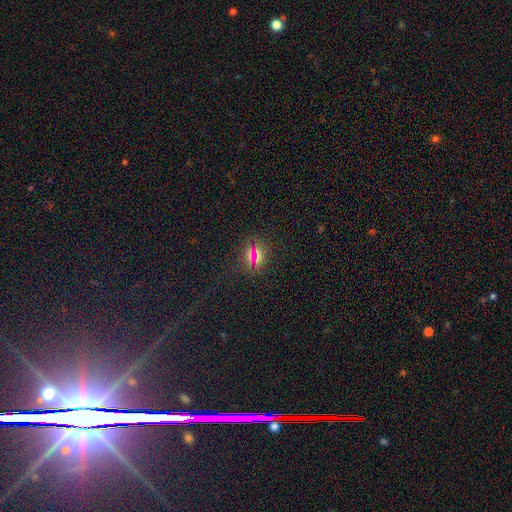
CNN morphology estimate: Smooth or featured? Predicted: smooth (p=0.53). How rounded? Predicted: round (p=0.67). Merging? Predicted: none (p=0.79).